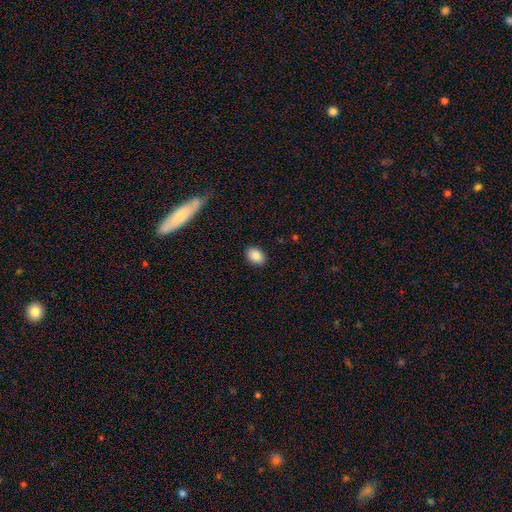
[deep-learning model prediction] smooth-or-featured: smooth: 88% | star or artifact: 8% | featured or disk: 4%
  how-rounded: in between: 77% | round: 22% | cigar-shaped: 1%
  merging: none: 88% | minor disturbance: 8% | major disturbance: 2% | merger: 1%